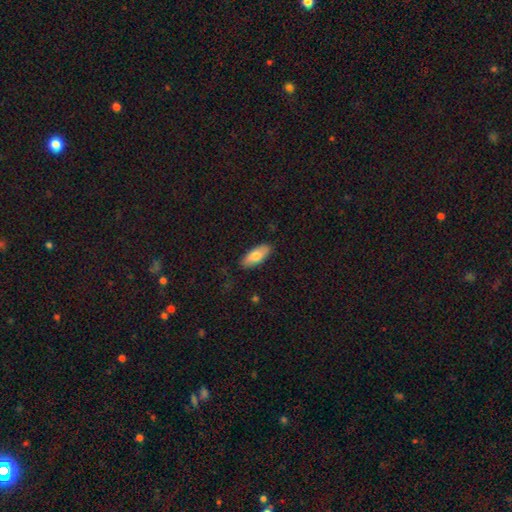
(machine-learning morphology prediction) A smooth galaxy with no disk features (78%) that is in between round and cigar-shaped (81%).

Vote fractions:
- Smooth or featured? smooth: 78% / featured or disk: 16% / star or artifact: 6%
- How rounded? in between: 81% / cigar-shaped: 16% / round: 2%
- Merging? none: 86% / minor disturbance: 10% / major disturbance: 2% / merger: 1%